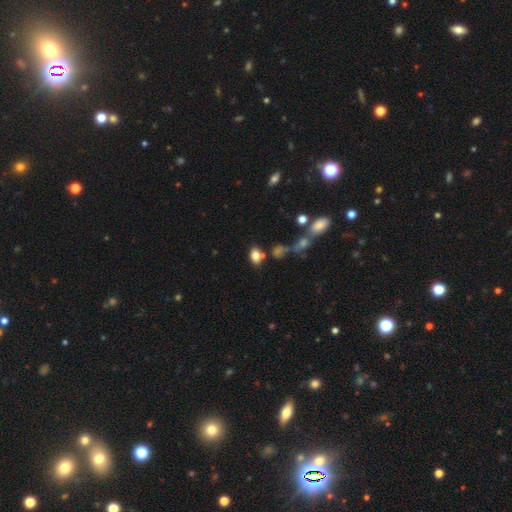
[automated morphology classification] A smooth galaxy with no disk features (80%) that is in between round and cigar-shaped (84%). Merging: none (61%).